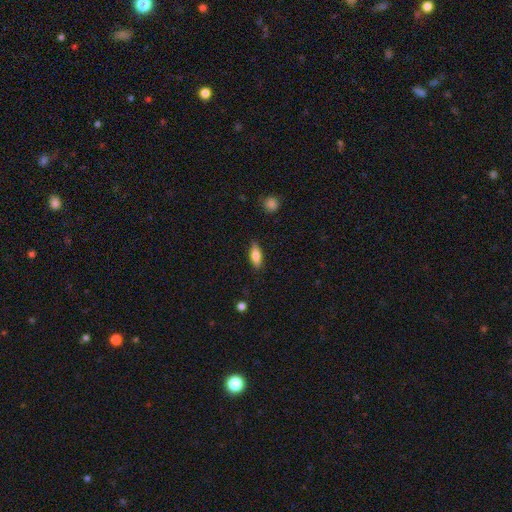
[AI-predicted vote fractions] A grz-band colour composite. It shows a smooth galaxy with no disk features (77%) that is in between round and cigar-shaped (69%). Merging: none (84%).